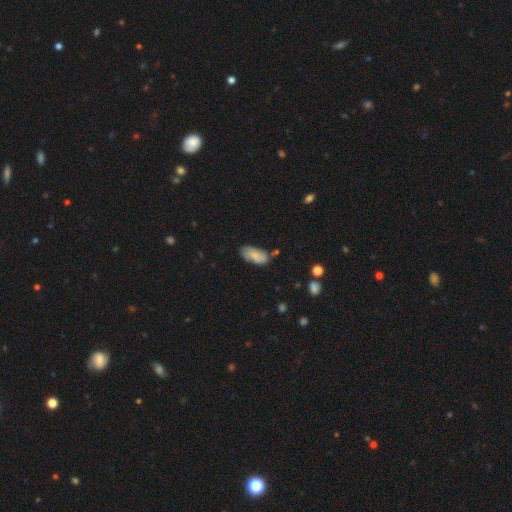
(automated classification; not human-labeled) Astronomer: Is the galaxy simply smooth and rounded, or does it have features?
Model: smooth — 72%.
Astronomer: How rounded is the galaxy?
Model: in between — 91%.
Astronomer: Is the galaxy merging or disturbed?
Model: none — 63%.